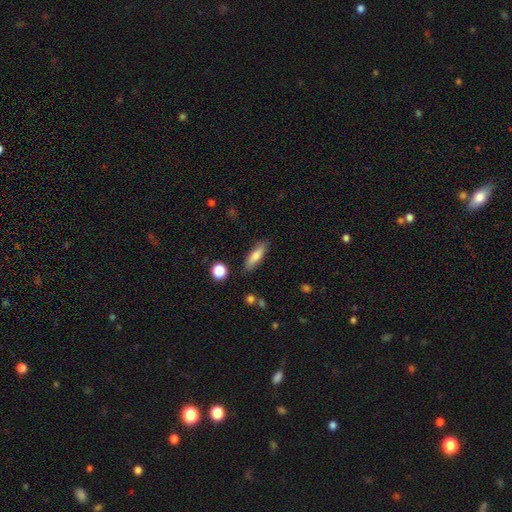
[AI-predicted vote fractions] A smooth galaxy with no disk features (75%) that is cigar-shaped (51%).

Vote fractions:
- Smooth or featured? smooth: 75% / featured or disk: 17% / star or artifact: 7%
- How rounded? cigar-shaped: 51% / in between: 46% / round: 3%
- Merging? none: 84% / minor disturbance: 11% / major disturbance: 3% / merger: 2%